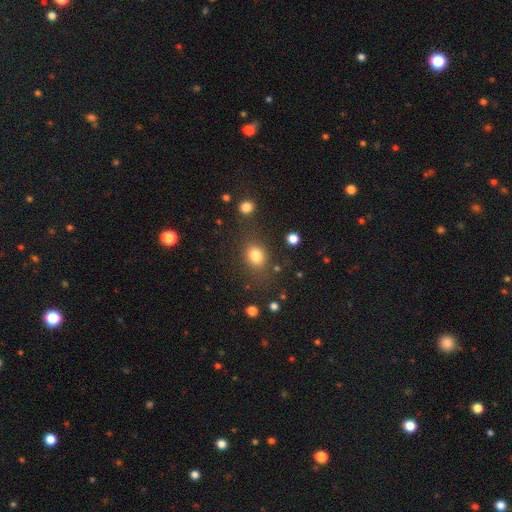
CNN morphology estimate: Smooth or featured? Predicted: smooth (p=0.81). How rounded? Predicted: round (p=0.50). Merging? Predicted: none (p=0.76).